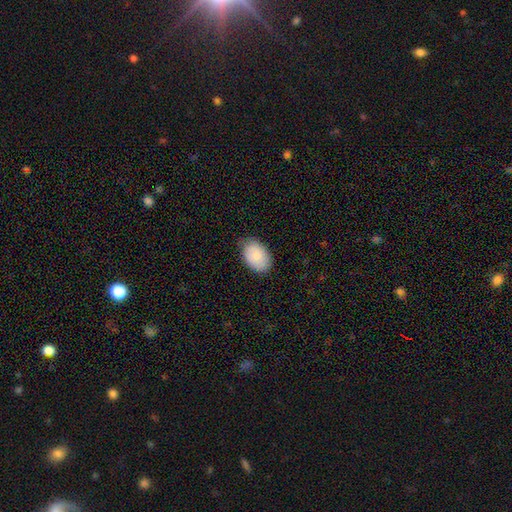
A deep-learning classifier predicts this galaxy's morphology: Smooth or featured? smooth (87%)
How rounded? in between (90%)
Merging? none (78%)